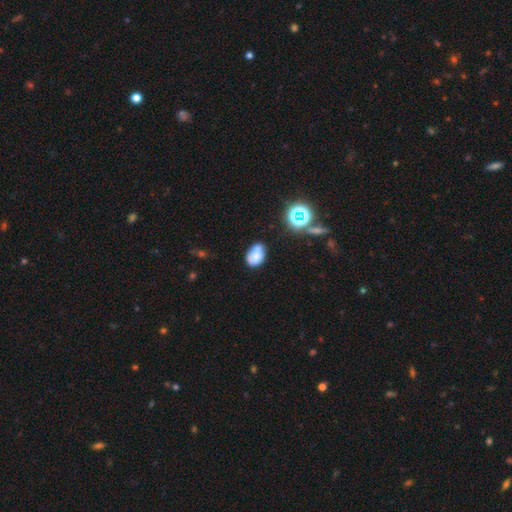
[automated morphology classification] Smooth or featured: smooth — 69% (featured or disk — 19%)
How rounded: in between — 82% (round — 17%)
Merging: none — 54% (minor disturbance — 29%)